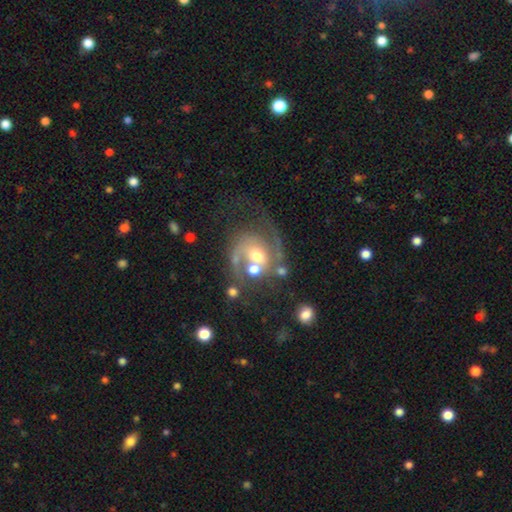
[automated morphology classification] smooth-or-featured: featured or disk: 82% | smooth: 10% | star or artifact: 8%
  disk-edge-on: no: 98% | yes: 2%
    bar: no: 55% | weak: 34% | strong: 11%
    has-spiral-arms: yes: 94% | no: 6%
      spiral-winding: medium: 52% | loose: 25% | tight: 23%
      spiral-arm-count: 2: 71% | 1: 16% | can't tell: 6% | 3: 3% | 4: 1% | more than 4: 1%
    bulge-size: moderate: 65% | small: 23% | large: 8% | none: 2% | dominant: 2%
  merging: none: 45% | major disturbance: 22% | minor disturbance: 17% | merger: 16%